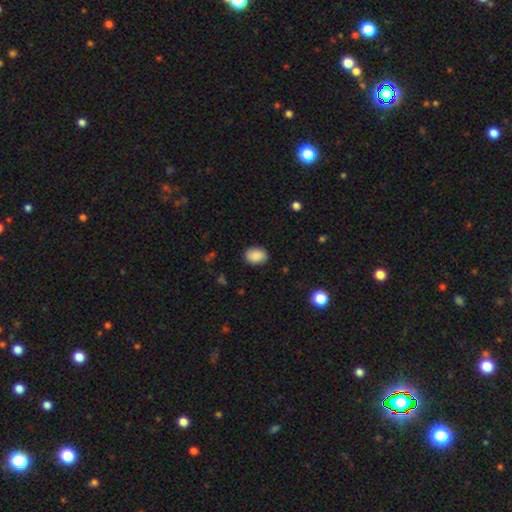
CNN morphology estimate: The model was most divided on "how rounded": in between: 70%, round: 29%, cigar-shaped: 1%. More confident: smooth or featured — smooth (87%); merging — none (85%).